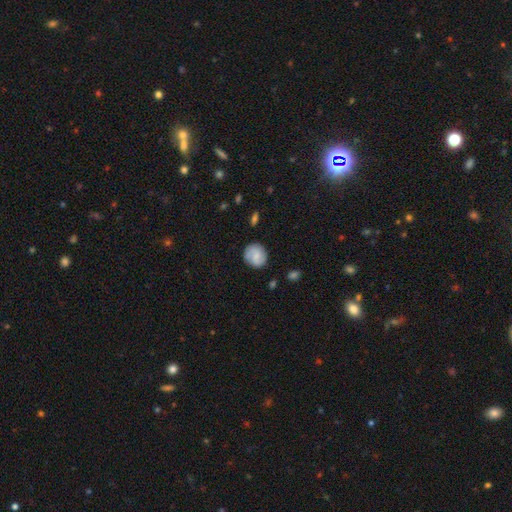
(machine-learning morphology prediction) A smooth galaxy with no disk features (61%) that is round (77%).

Vote fractions:
- Smooth or featured? smooth: 61% / featured or disk: 31% / star or artifact: 7%
- How rounded? round: 77% / in between: 22% / cigar-shaped: 1%
- Merging? none: 78% / minor disturbance: 16% / major disturbance: 4% / merger: 2%